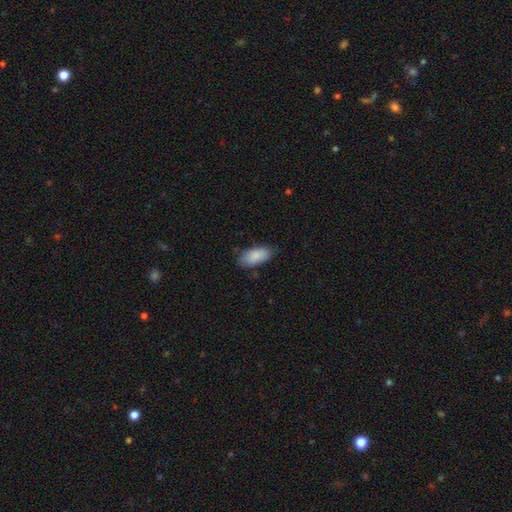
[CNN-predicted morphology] Smooth or featured? smooth (88%)
How rounded? in between (90%)
Merging? none (76%)